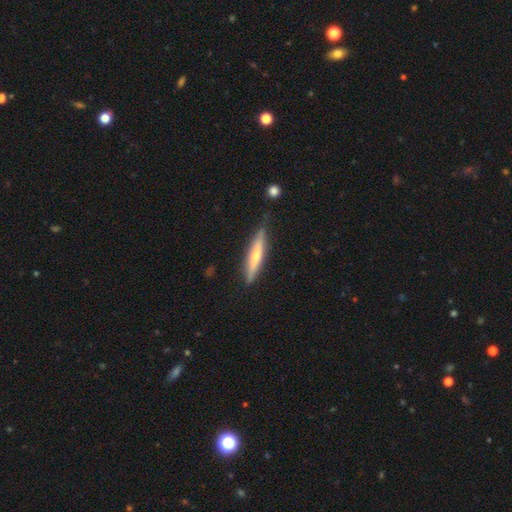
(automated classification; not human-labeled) This is possibly a featured or disk galaxy (51%). It is clearly viewed edge-on (91%). Merging: clearly none (81%).